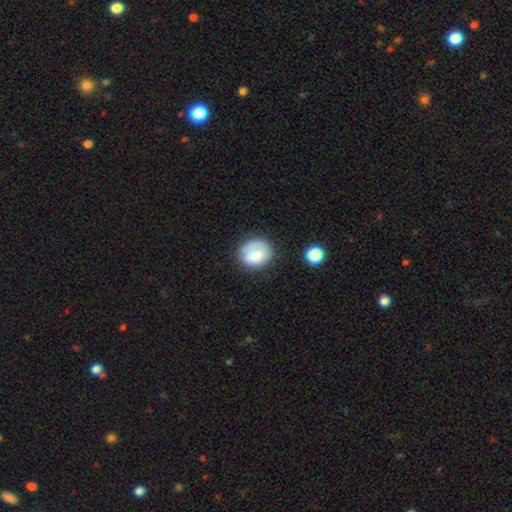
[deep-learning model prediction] A smooth galaxy with no disk features (76%) that is round (73%). Merging: none (66%).